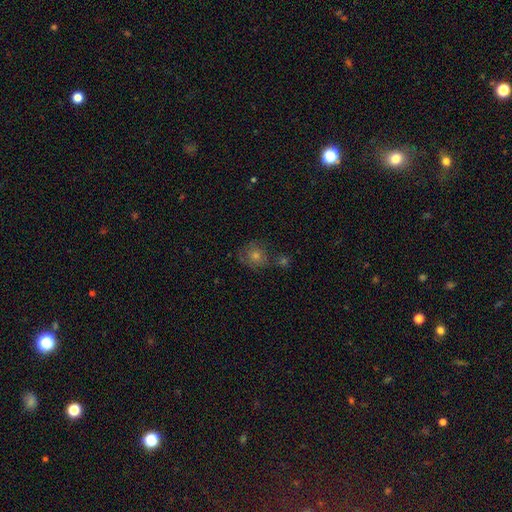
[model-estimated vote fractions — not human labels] This appears to be a smooth galaxy with no disk features (49%). Merging: none (69%).